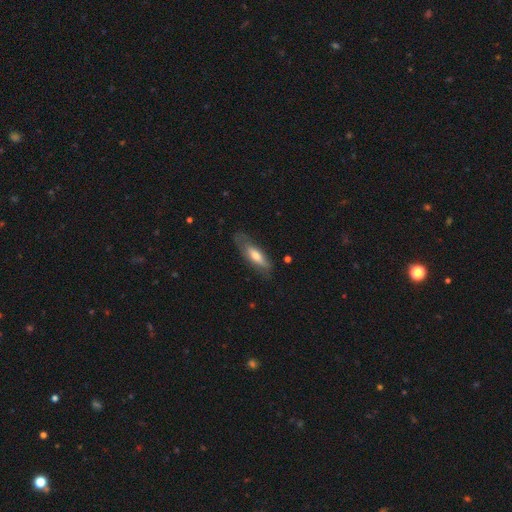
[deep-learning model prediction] Smooth or featured? Predicted: smooth (p=0.57). How rounded? Predicted: cigar-shaped (p=0.49, tied with in between). Merging? Predicted: none (p=0.62).